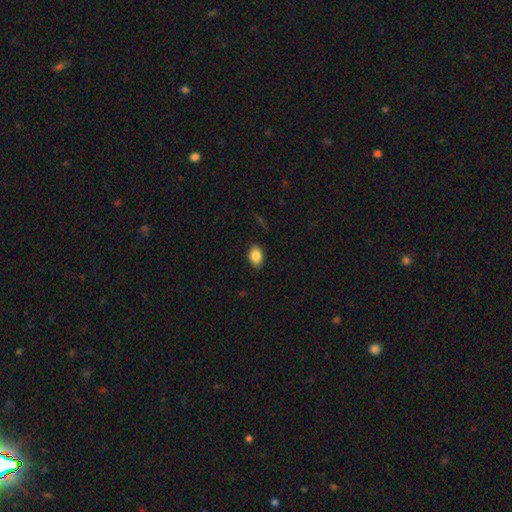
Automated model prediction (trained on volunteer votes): Smooth or featured? Predicted: smooth (p=0.86). How rounded? Predicted: in between (p=0.78). Merging? Predicted: none (p=0.87).